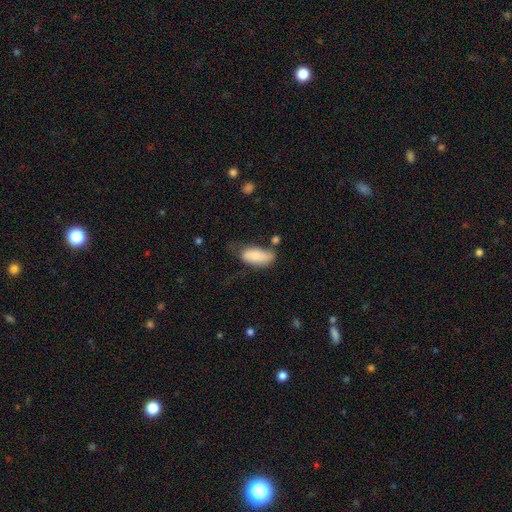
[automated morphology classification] This appears to be a smooth galaxy with no disk features (78%) that is in between round and cigar-shaped (89%). Merging: none (43%).